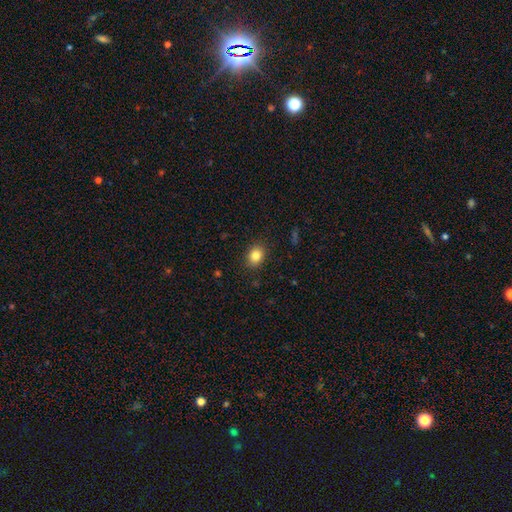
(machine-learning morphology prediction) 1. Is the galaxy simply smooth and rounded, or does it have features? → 83% smooth, 10% star or artifact, 7% featured or disk.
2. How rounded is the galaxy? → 53% in between, 46% round, 1% cigar-shaped.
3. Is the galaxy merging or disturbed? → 89% none, 8% minor disturbance, 2% major disturbance, 1% merger.